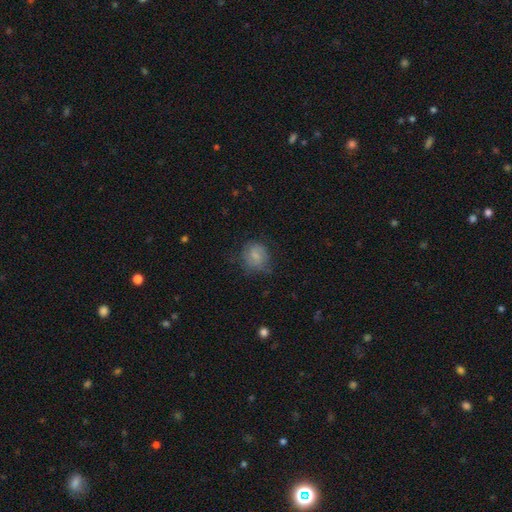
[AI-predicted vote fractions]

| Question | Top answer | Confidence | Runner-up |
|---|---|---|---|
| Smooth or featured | smooth | 69% | featured or disk (22%) |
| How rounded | round | 75% | in between (24%) |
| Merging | none | 61% | minor disturbance (26%) |